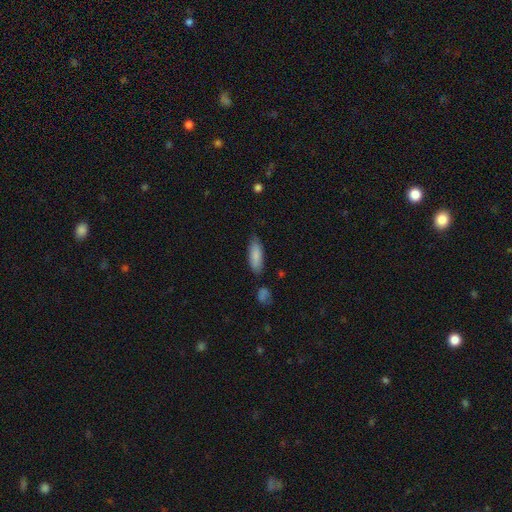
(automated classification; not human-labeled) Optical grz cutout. It shows a smooth galaxy with no disk features (85%) that is in between round and cigar-shaped (66%). Merging: none (75%).